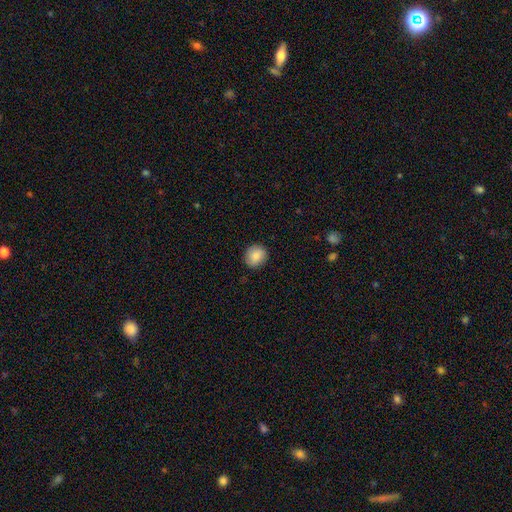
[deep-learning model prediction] Smooth or featured? Predicted: smooth (p=0.86). How rounded? Predicted: round (p=0.79). Merging? Predicted: none (p=0.89).